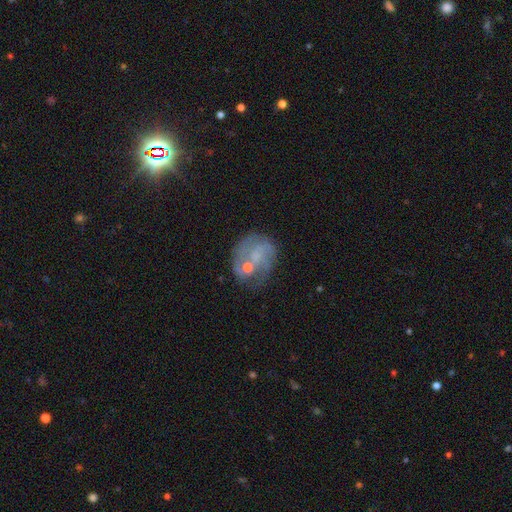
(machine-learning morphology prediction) Smooth or featured? Predicted: featured or disk (p=0.63). Edge-on disk? Predicted: no (p=0.97). Bar? Predicted: no (p=0.61). Spiral arms? Predicted: yes (p=0.73). Bulge size? Predicted: small (p=0.44). Merging? Predicted: none (p=0.49).